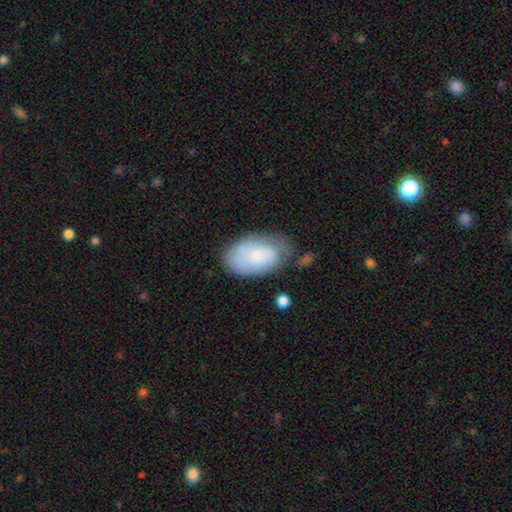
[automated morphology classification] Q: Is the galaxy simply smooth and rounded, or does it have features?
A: smooth — 62%.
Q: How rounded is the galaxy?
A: in between — 93%.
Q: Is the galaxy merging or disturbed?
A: none — 53%.